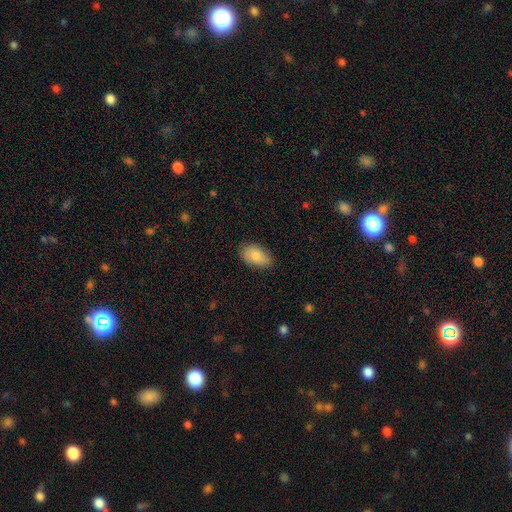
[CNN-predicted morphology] This is clearly a smooth galaxy (82%). How rounded: clearly in between (92%). Merging: clearly none (81%).